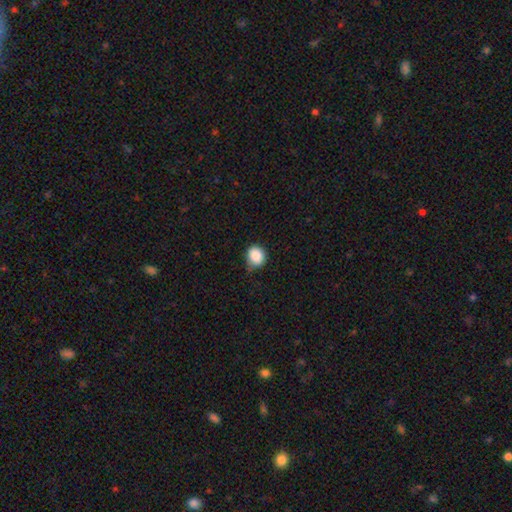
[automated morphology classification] Overall: smooth (88%). How rounded: round (74%). Merging: none (67%).